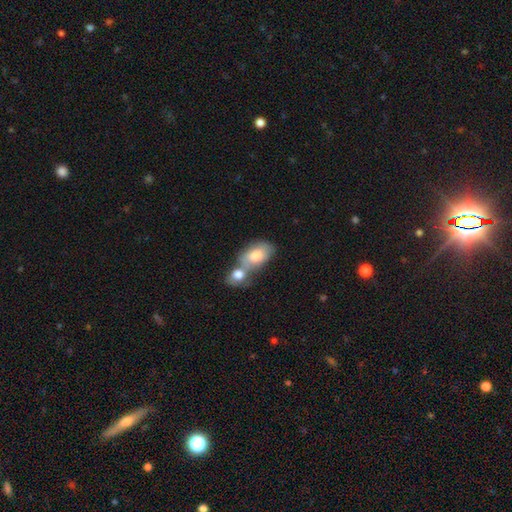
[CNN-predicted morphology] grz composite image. It shows a smooth galaxy with no disk features (73%) that is in between round and cigar-shaped (87%). Merging: merger (62%).